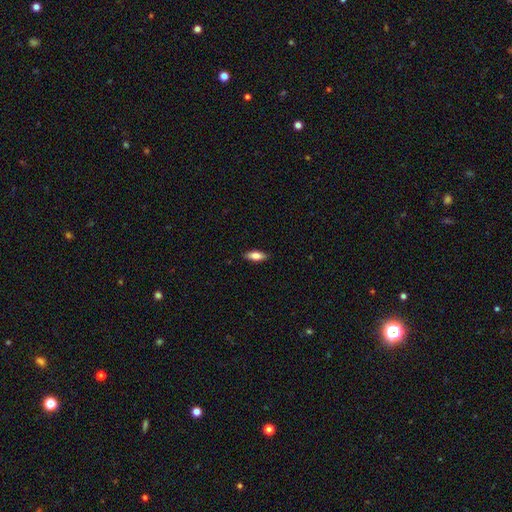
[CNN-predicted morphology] A smooth galaxy with no disk features (78%) that is in between round and cigar-shaped (73%).

Vote fractions:
- Smooth or featured? smooth: 78% / featured or disk: 15% / star or artifact: 6%
- How rounded? in between: 73% / cigar-shaped: 25% / round: 2%
- Merging? none: 88% / minor disturbance: 9% / major disturbance: 2% / merger: 1%